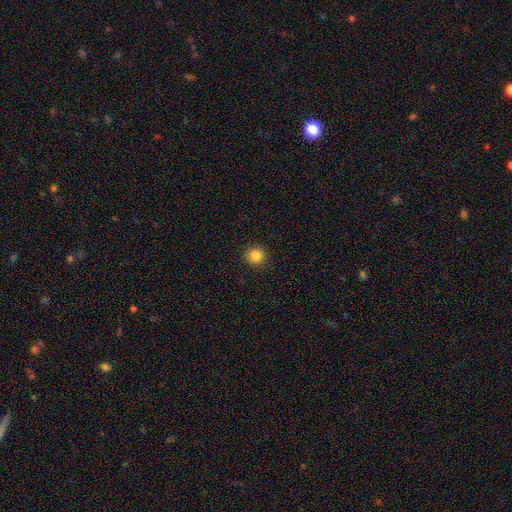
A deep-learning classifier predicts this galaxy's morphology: The model was most divided on "smooth or featured": smooth: 85%, star or artifact: 11%, featured or disk: 4%. More confident: how rounded — round (95%); merging — none (92%).